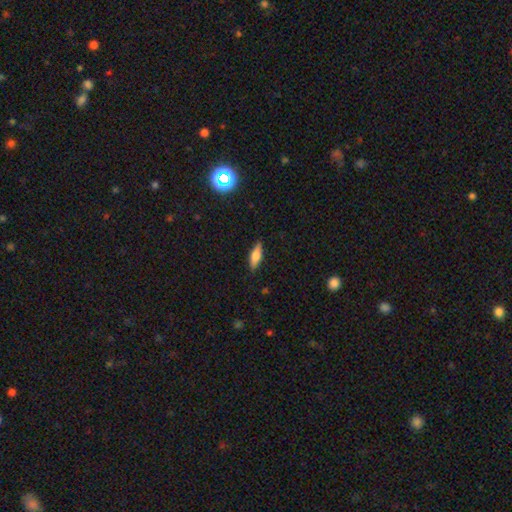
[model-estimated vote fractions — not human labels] Q: Smooth or featured?
A: smooth (56%); runner-up: featured or disk (36%)
Q: How rounded?
A: in between (52%); runner-up: cigar-shaped (46%)
Q: Merging?
A: none (87%); runner-up: minor disturbance (10%)